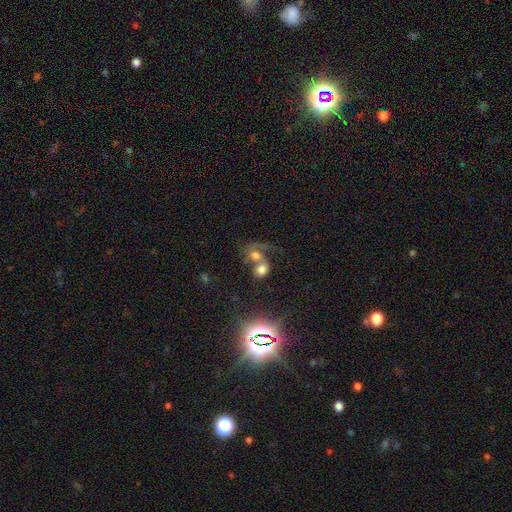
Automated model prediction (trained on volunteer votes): The model was most divided on "smooth or featured": smooth: 36%, star or artifact: 33%, featured or disk: 31%. More confident: merging — merger (65%).